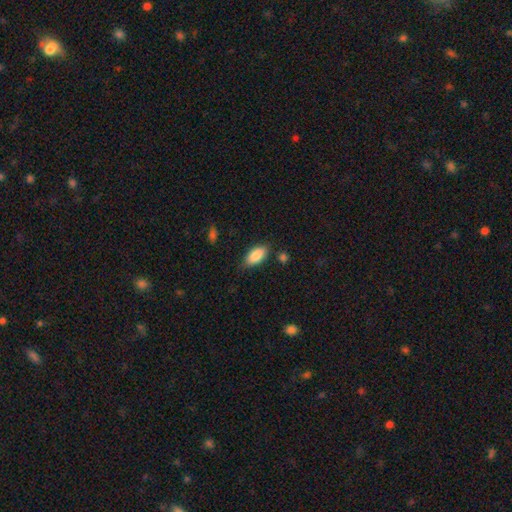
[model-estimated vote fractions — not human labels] A smooth galaxy with no disk features (87%) that is in between round and cigar-shaped (90%). Merging: none (78%).